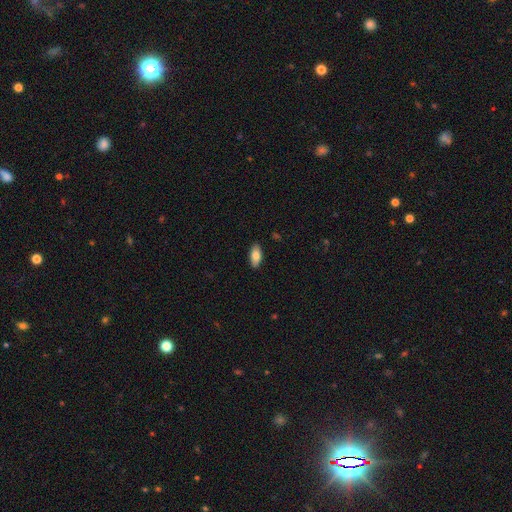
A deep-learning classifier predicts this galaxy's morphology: smooth-or-featured: smooth: 80% | featured or disk: 13% | star or artifact: 6%
  how-rounded: in between: 91% | cigar-shaped: 7% | round: 2%
  merging: none: 89% | minor disturbance: 8% | major disturbance: 2% | merger: 1%